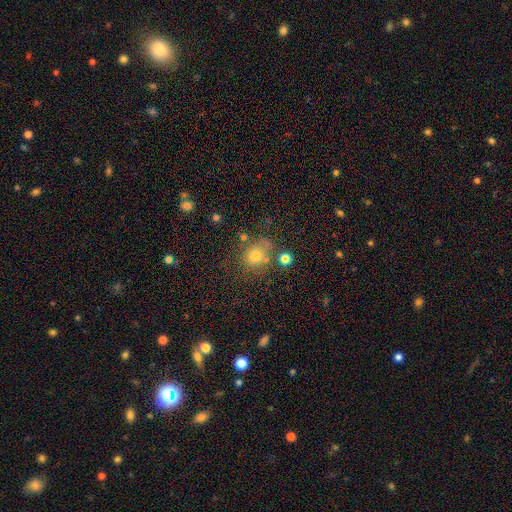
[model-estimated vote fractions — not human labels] Smooth or featured? Predicted: smooth (p=0.72). How rounded? Predicted: round (p=0.69). Merging? Predicted: none (p=0.60).